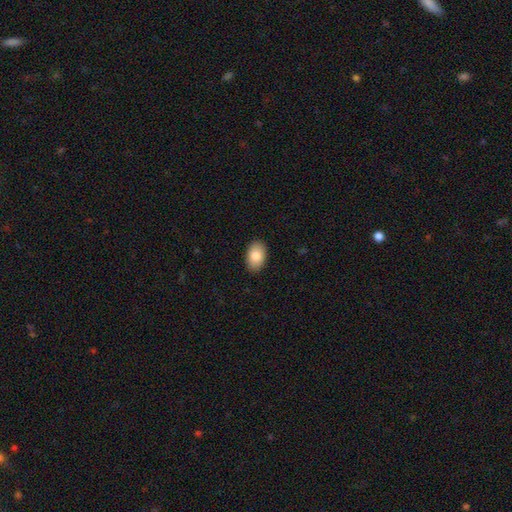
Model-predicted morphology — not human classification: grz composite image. It shows a smooth galaxy with no disk features (87%) that is in between round and cigar-shaped (92%). Merging: none (90%).